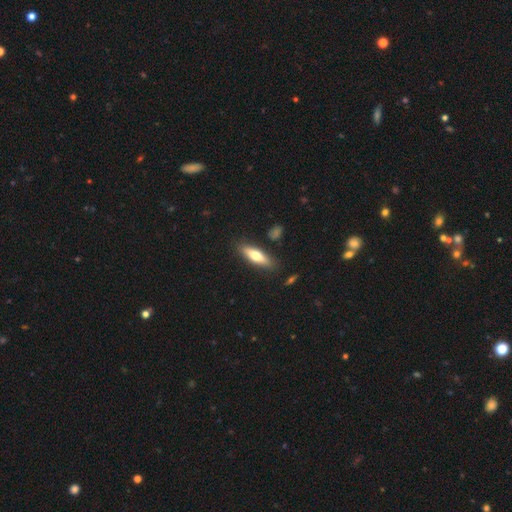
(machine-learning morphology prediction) smooth 62%, featured or disk 32%, star or artifact 6%. Down the decision tree: how rounded — cigar-shaped (57%); merging — none (84%).